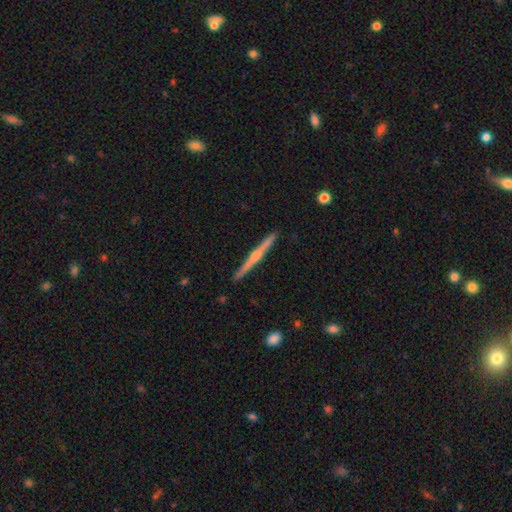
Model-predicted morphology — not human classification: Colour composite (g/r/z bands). It shows a featured or disk galaxy (75%) viewed edge-on (98%) with a rounded central bulge (81%). Merging: none (92%).